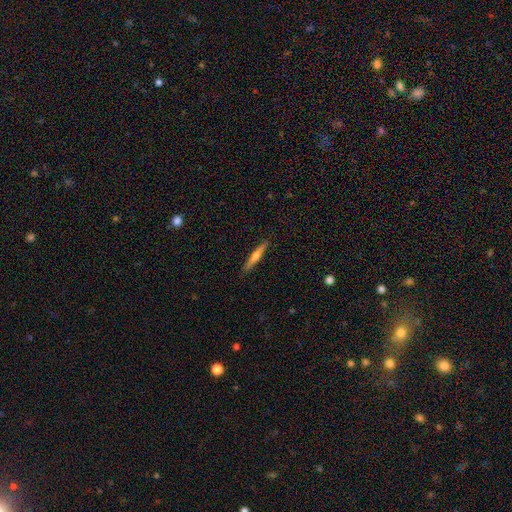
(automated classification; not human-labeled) Smooth or featured?
  - featured or disk: 51% *
  - smooth: 43%
  - star or artifact: 6%
Edge-on disk?
  - yes: 97% *
  - no: 3%
Merging?
  - none: 90% *
  - minor disturbance: 8%
  - major disturbance: 2%
  - merger: 1%